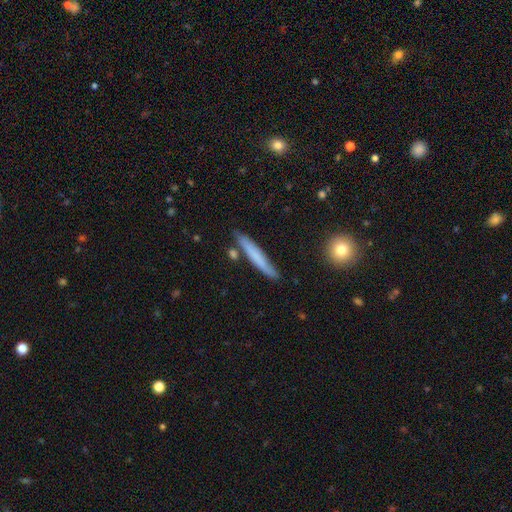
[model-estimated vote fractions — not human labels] Morphology: type=smooth (63%); roundness=cigar-shaped (95%); merging=none (81%).